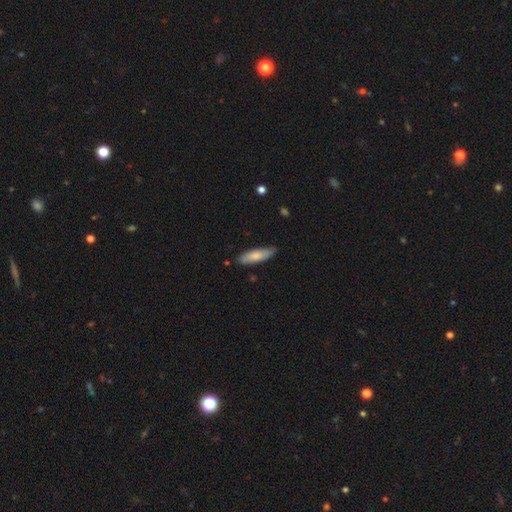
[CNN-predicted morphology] smooth 77%, featured or disk 18%, star or artifact 5%. Down the decision tree: how rounded — cigar-shaped (59%); merging — none (79%).